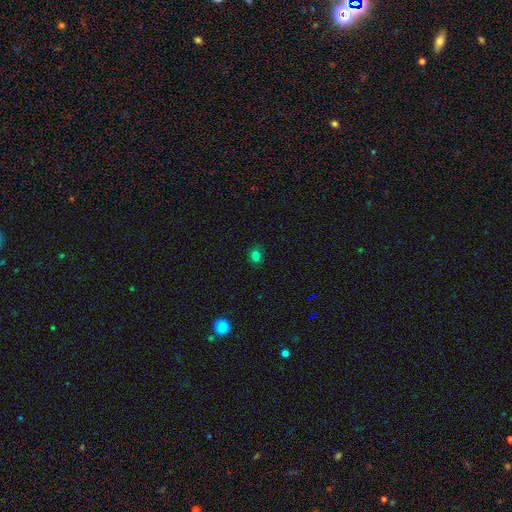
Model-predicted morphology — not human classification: smooth 76%, star or artifact 19%, featured or disk 5%. Down the decision tree: how rounded — round (66%); merging — none (84%).